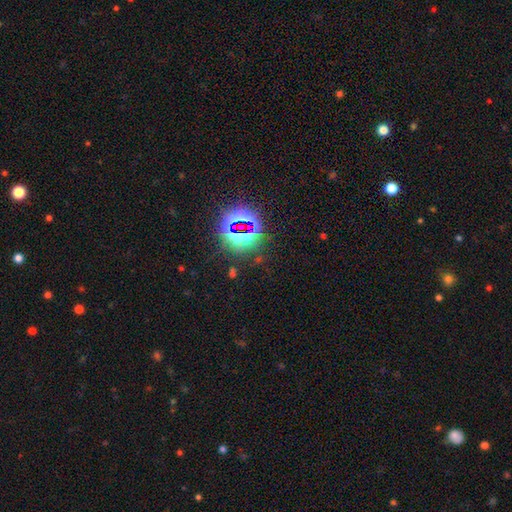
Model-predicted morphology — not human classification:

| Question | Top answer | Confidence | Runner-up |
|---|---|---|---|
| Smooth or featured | star or artifact | 71% | smooth (16%) |